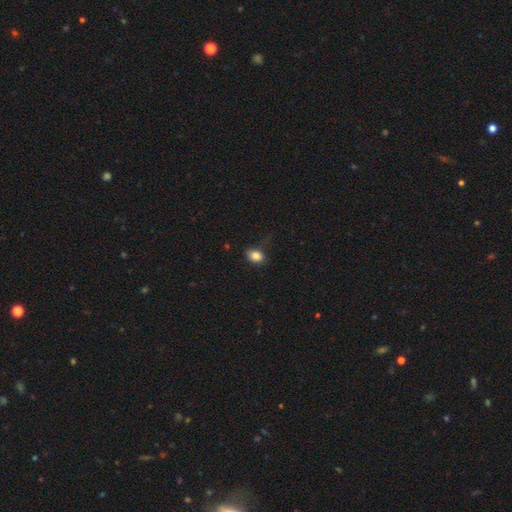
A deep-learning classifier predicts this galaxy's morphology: type=smooth (85%); roundness=in between (70%); merging=none (70%).